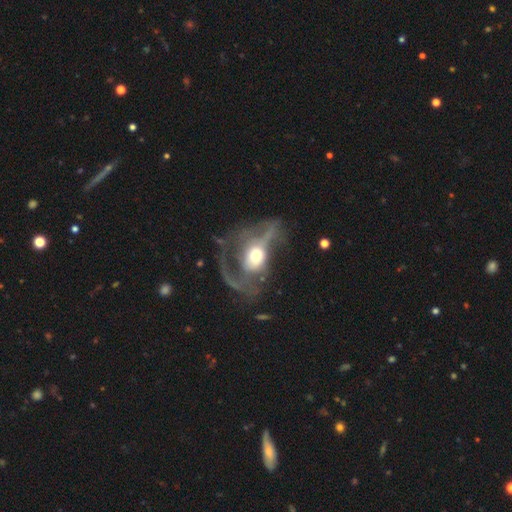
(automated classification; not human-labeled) smooth-or-featured: featured or disk: 60% | smooth: 32% | star or artifact: 8%
  disk-edge-on: no: 94% | yes: 6%
    bar: no: 73% | weak: 20% | strong: 8%
    has-spiral-arms: no: 53% | yes: 47%
    bulge-size: moderate: 55% | large: 28% | small: 11% | dominant: 5% | none: 1%
  merging: major disturbance: 62% | none: 20% | minor disturbance: 13% | merger: 5%